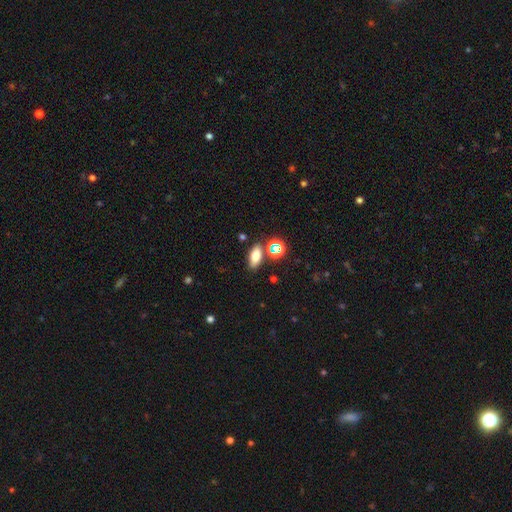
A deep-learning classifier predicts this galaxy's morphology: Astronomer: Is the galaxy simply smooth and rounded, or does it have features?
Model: smooth — 73%.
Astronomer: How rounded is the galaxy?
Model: in between — 79%.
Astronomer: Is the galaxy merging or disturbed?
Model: none — 77%.